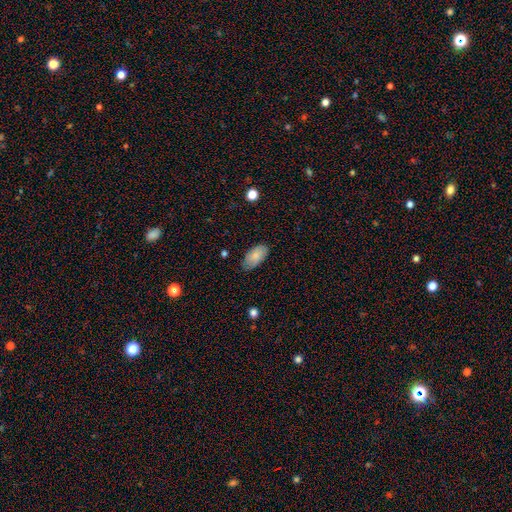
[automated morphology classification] Smooth or featured?
  - smooth: 80% *
  - featured or disk: 13%
  - star or artifact: 7%
How rounded?
  - in between: 94% *
  - round: 3%
  - cigar-shaped: 2%
Merging?
  - none: 76% *
  - minor disturbance: 20%
  - major disturbance: 3%
  - merger: 1%